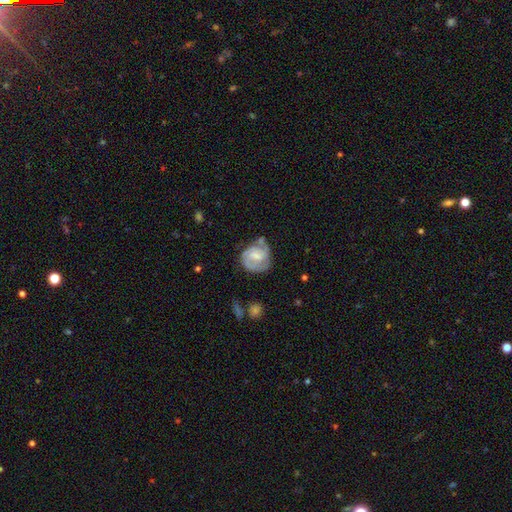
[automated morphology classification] smooth-or-featured: featured or disk: 67% | smooth: 27% | star or artifact: 6%
  disk-edge-on: no: 98% | yes: 2%
    bar: weak: 52% | no: 33% | strong: 15%
    has-spiral-arms: yes: 84% | no: 16%
      spiral-winding: tight: 45% | medium: 41% | loose: 14%
      spiral-arm-count: 2: 58% | can't tell: 20% | 3: 10% | 1: 8% | 4: 2% | more than 4: 2%
    bulge-size: small: 39% | moderate: 35% | none: 19% | large: 6% | dominant: 1%
  merging: none: 53% | minor disturbance: 27% | major disturbance: 15% | merger: 5%